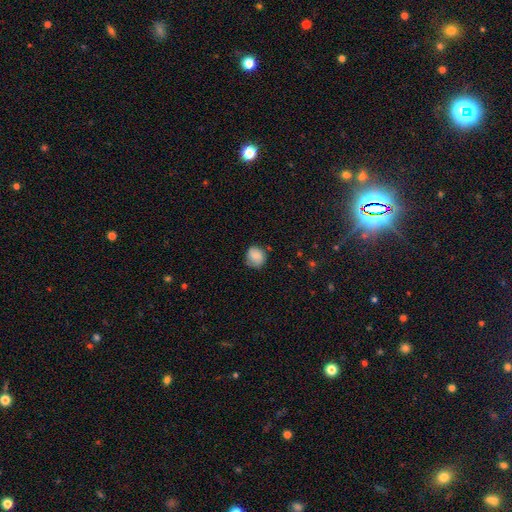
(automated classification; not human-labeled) This appears to be a smooth galaxy with no disk features (81%) that is round (75%). Merging: none (70%).